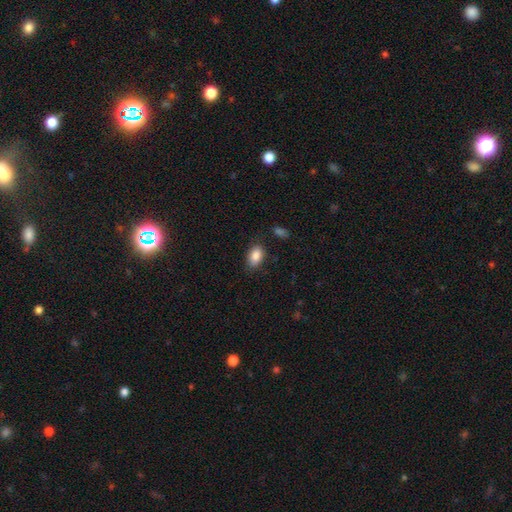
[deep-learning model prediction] Q: Smooth or featured?
A: smooth (86%); runner-up: star or artifact (7%)
Q: How rounded?
A: in between (90%); runner-up: round (8%)
Q: Merging?
A: none (81%); runner-up: minor disturbance (13%)